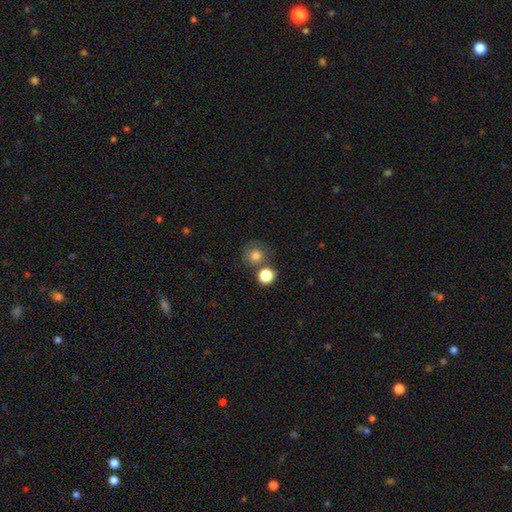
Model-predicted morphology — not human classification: The model was most divided on "merging": none: 62%, merger: 20%, minor disturbance: 13%, major disturbance: 6%. More confident: how rounded — round (90%); smooth or featured — smooth (77%).